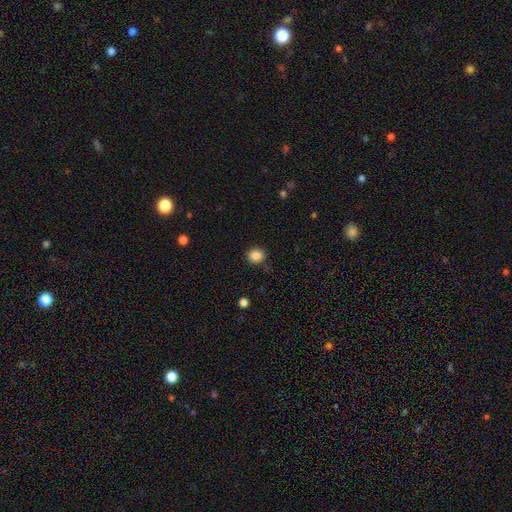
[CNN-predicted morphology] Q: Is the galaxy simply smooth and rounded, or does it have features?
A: smooth — 85%.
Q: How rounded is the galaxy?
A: round — 84%.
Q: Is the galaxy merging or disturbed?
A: none — 88%.